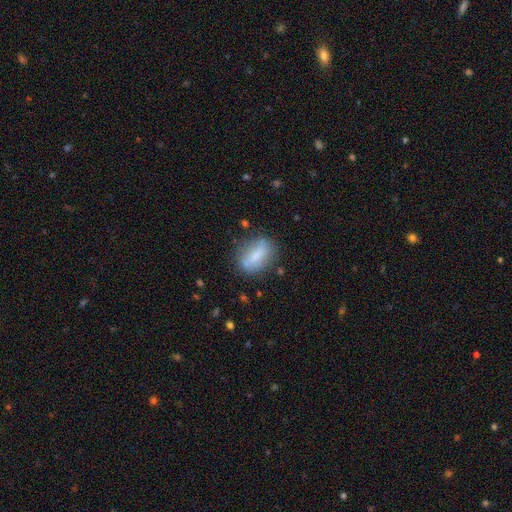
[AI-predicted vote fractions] Smooth or featured? Predicted: smooth (p=0.66). How rounded? Predicted: in between (p=0.75). Merging? Predicted: none (p=0.71).